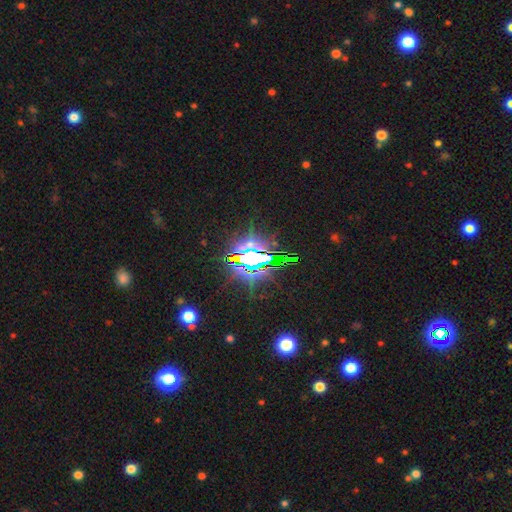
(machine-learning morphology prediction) Smooth or featured? star or artifact (80%)